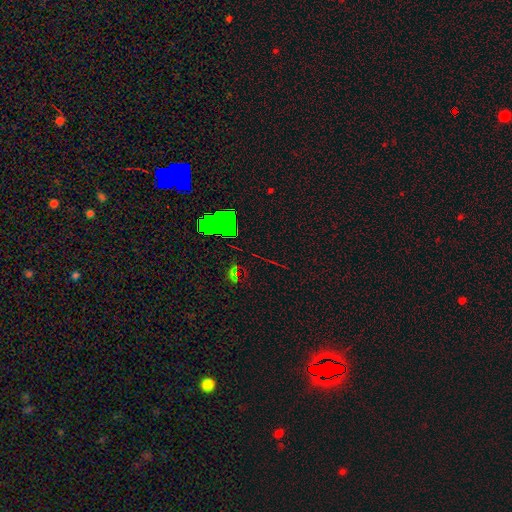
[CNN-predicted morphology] smooth-or-featured: star or artifact: 66% | smooth: 19% | featured or disk: 15%